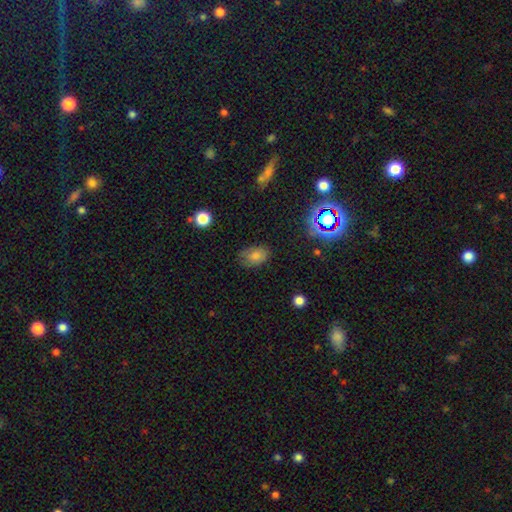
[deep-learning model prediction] smooth_or_featured: smooth (p=0.73) [alt: star or artifact p=0.16]
how_rounded: in between (p=0.81) [alt: round p=0.17]
merging: none (p=0.68) [alt: minor disturbance p=0.23]